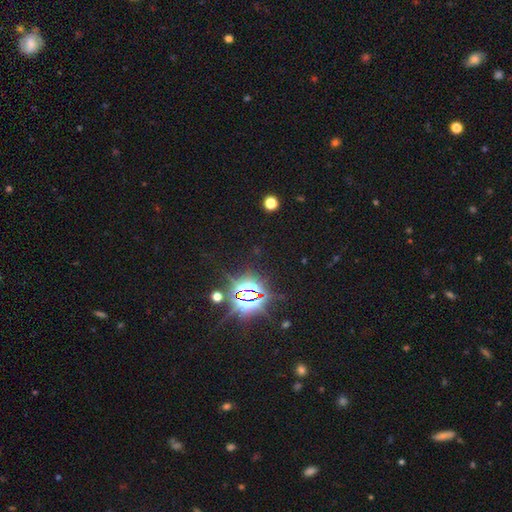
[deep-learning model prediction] Smooth or featured: star or artifact — 84% (smooth — 9%)